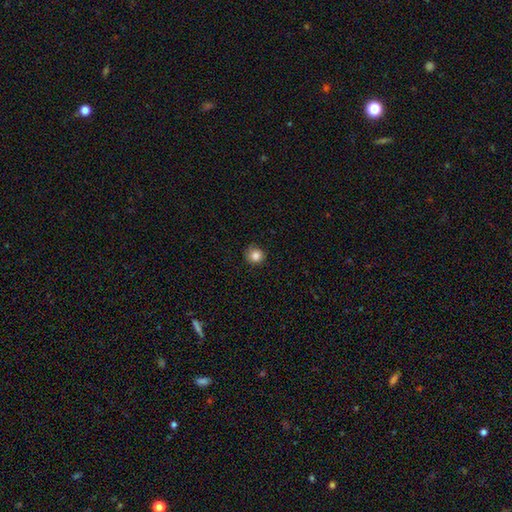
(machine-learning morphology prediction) type=smooth (84%); roundness=round (91%); merging=none (85%).